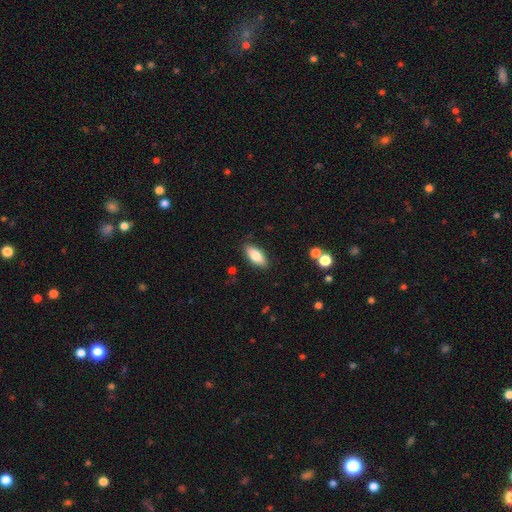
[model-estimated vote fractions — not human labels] This appears to be a smooth galaxy with no disk features (80%) that is in between round and cigar-shaped (82%). Merging: none (86%).